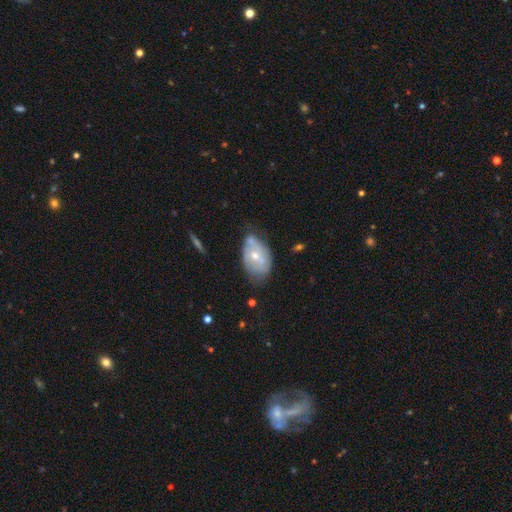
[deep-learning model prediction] Smooth or featured? featured or disk (58%)
Edge-on disk? no (93%)
Bar? no (57%)
Spiral arms? yes (51%)
Bulge size? moderate (56%)
Merging? none (48%)